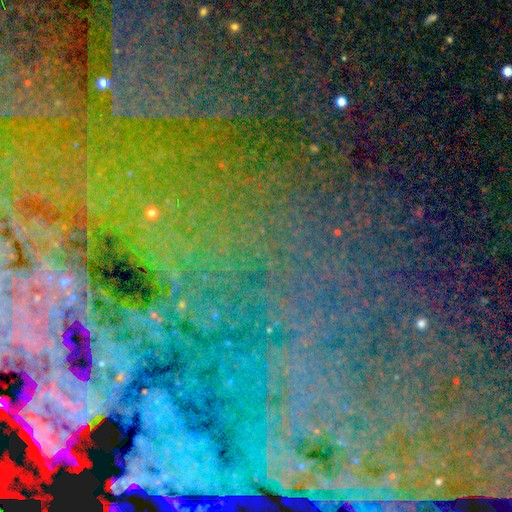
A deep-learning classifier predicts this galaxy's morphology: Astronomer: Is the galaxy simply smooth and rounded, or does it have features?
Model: star or artifact — 80%.